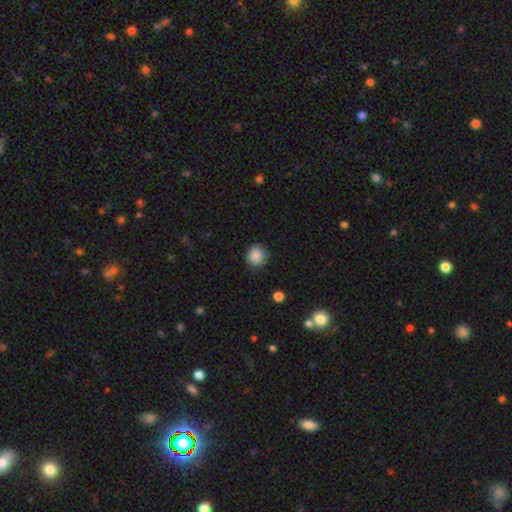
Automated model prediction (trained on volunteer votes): A smooth galaxy with no disk features (87%) that is round (85%). Merging: none (81%).